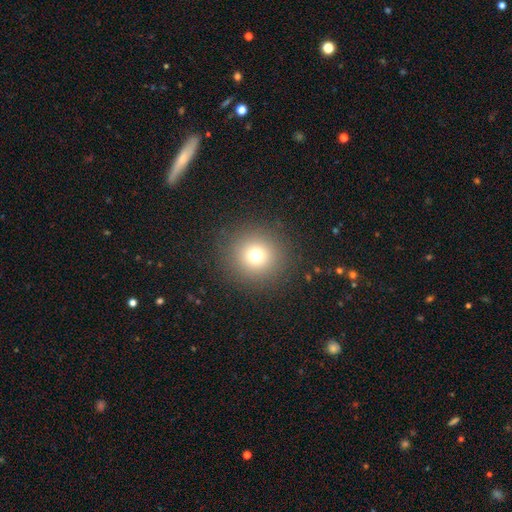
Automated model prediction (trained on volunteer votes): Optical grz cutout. It shows a smooth galaxy with no disk features (72%) that is round (95%). Merging: none (90%).